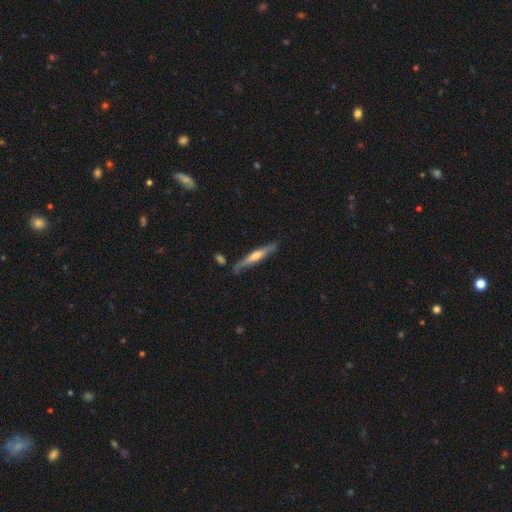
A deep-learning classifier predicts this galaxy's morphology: Q: Smooth or featured?
A: featured or disk (61%); runner-up: smooth (33%)
Q: Edge-on disk?
A: yes (94%); runner-up: no (6%)
Q: Edge-on bulge?
A: rounded (73%); runner-up: none (16%)
Q: Merging?
A: none (80%); runner-up: minor disturbance (14%)